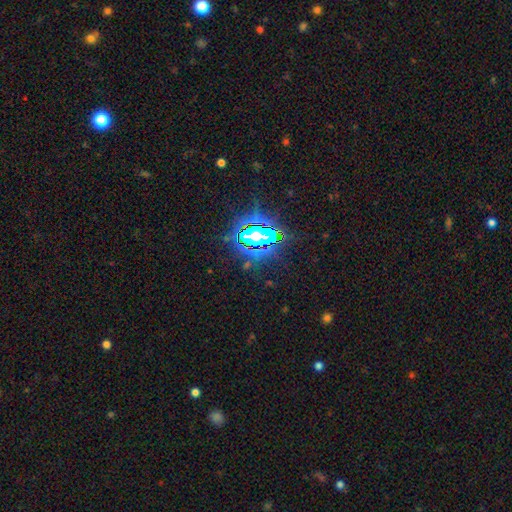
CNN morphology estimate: smooth-or-featured: star or artifact: 80% | smooth: 11% | featured or disk: 8%